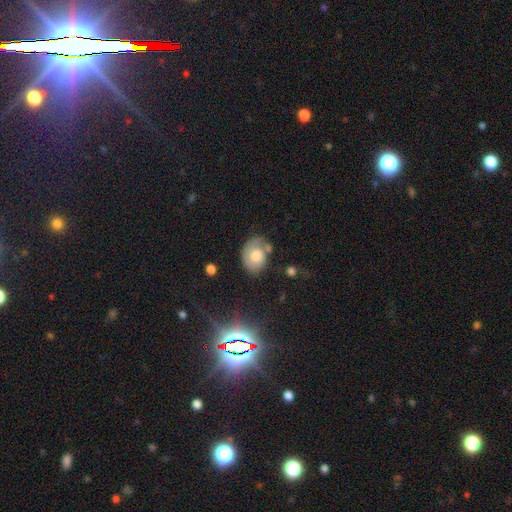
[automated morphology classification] A smooth galaxy with no disk features (50%).

Vote fractions:
- Smooth or featured? smooth: 50% / featured or disk: 40% / star or artifact: 10%
- Merging? none: 53% / minor disturbance: 26% / major disturbance: 12% / merger: 9%